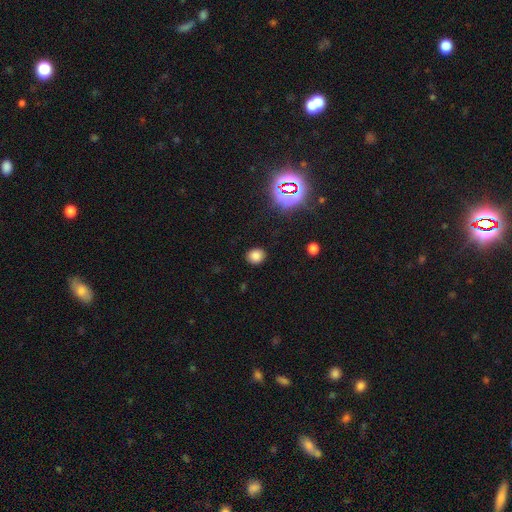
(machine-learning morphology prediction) A smooth galaxy with no disk features (80%) that is round (70%).

Vote fractions:
- Smooth or featured? smooth: 80% / star or artifact: 15% / featured or disk: 5%
- How rounded? round: 70% / in between: 29% / cigar-shaped: 1%
- Merging? none: 88% / minor disturbance: 8% / major disturbance: 3% / merger: 1%